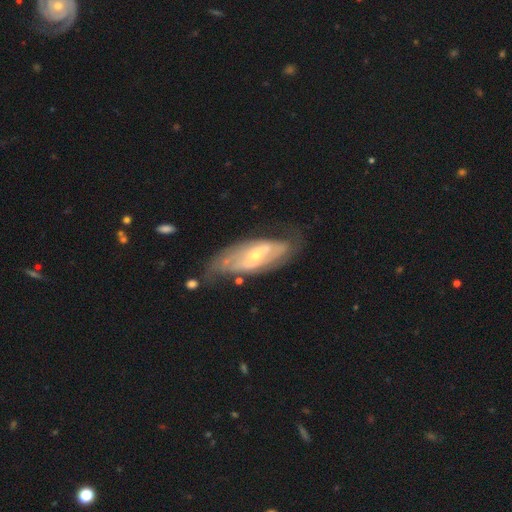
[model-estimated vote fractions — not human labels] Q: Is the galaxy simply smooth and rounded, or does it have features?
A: featured or disk — 80%.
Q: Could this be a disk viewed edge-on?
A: no — 88%.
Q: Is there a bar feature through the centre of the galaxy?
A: weak — 38%.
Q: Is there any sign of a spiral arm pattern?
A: yes — 84%.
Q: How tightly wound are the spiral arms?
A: tight — 43%.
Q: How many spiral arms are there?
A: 2 — 57%.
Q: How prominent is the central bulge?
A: small — 62%.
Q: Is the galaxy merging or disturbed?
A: none — 61%.